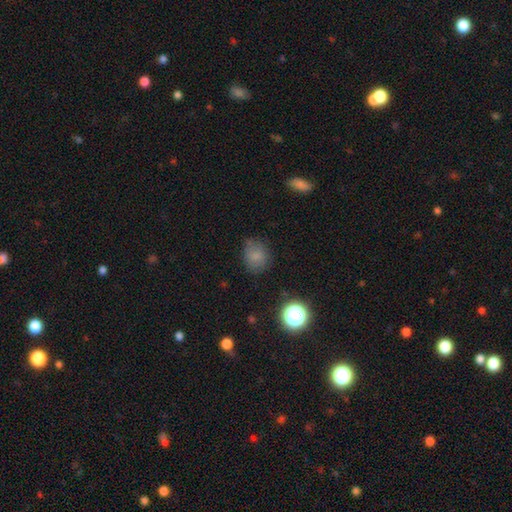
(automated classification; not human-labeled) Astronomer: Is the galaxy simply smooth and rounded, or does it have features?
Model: smooth — 78%.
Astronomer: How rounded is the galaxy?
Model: round — 62% (runner-up: in between, 37%).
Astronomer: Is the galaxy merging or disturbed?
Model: none — 70%.